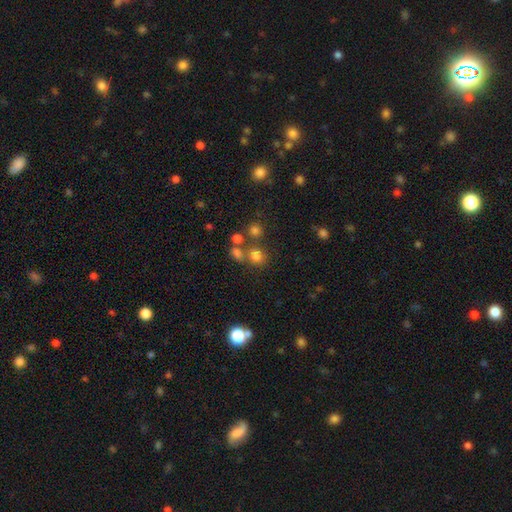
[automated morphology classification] This is likely a smooth galaxy (72%). How rounded: likely round (79%). Merging: likely none (64%).